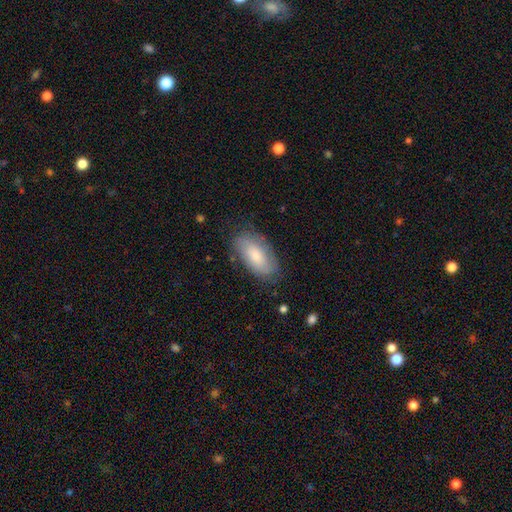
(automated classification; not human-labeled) Morphology: type=smooth (64%); roundness=in between (93%); merging=none (74%).